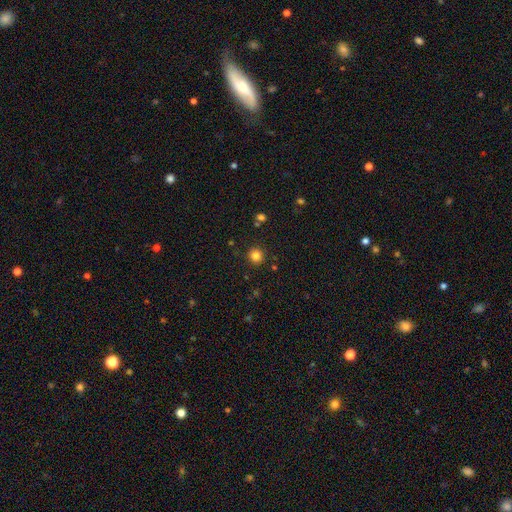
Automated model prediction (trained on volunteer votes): This appears to be a smooth galaxy with no disk features (83%) that is round (94%). Merging: none (91%).